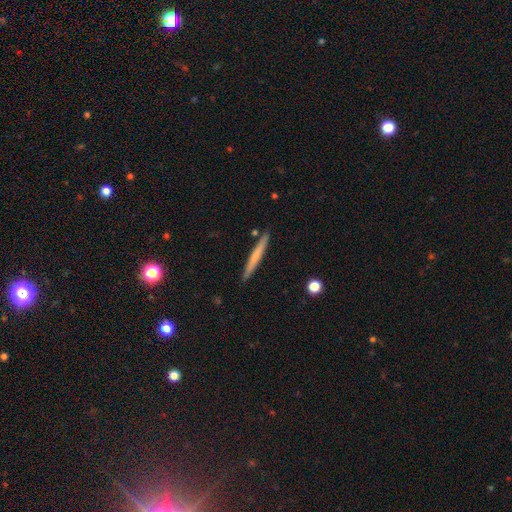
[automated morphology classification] Q: Smooth or featured?
A: smooth (59%); runner-up: featured or disk (36%)
Q: How rounded?
A: cigar-shaped (97%); runner-up: in between (2%)
Q: Merging?
A: none (90%); runner-up: minor disturbance (7%)